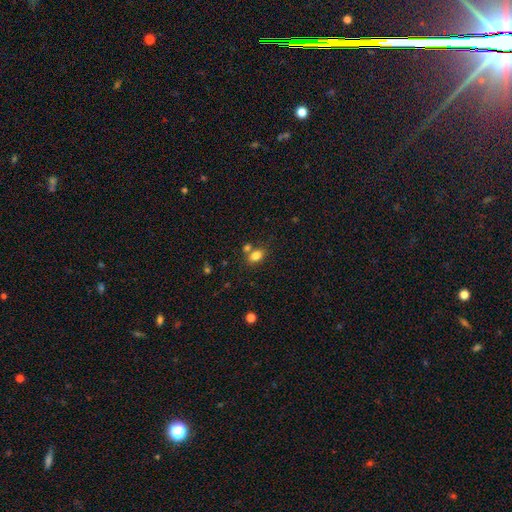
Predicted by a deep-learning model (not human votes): Smooth or featured: smooth — 82% (star or artifact — 11%)
How rounded: in between — 79% (round — 19%)
Merging: none — 61% (merger — 22%)